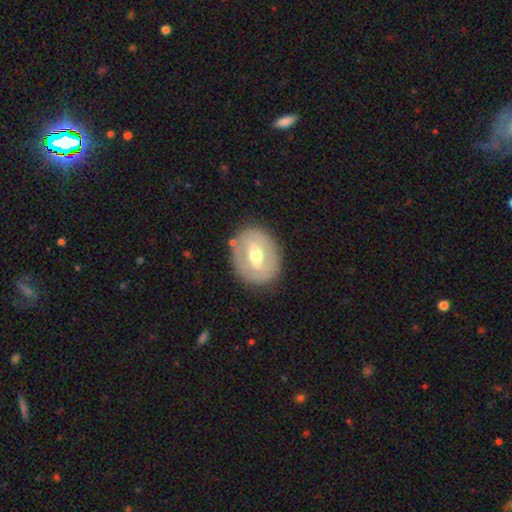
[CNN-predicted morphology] The model was most divided on "bar": weak: 43%, strong: 32%, no: 26%. More confident: edge-on disk — no (92%); merging — none (82%); spiral arms — no (74%); bulge size — moderate (73%); smooth or featured — featured or disk (57%).